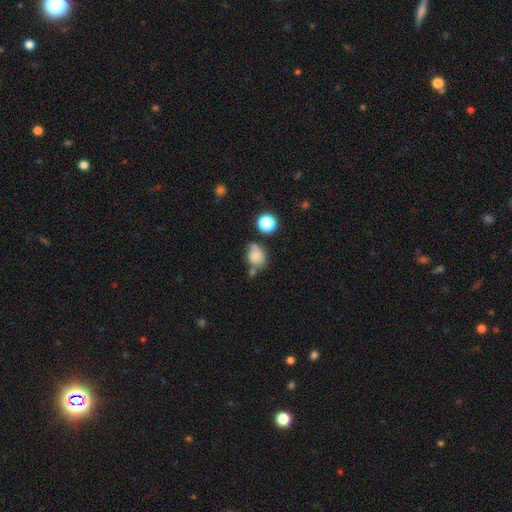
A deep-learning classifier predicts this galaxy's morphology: Q: Smooth or featured?
A: smooth (75%); runner-up: featured or disk (13%)
Q: How rounded?
A: in between (59%); runner-up: round (40%)
Q: Merging?
A: none (46%); runner-up: minor disturbance (27%)